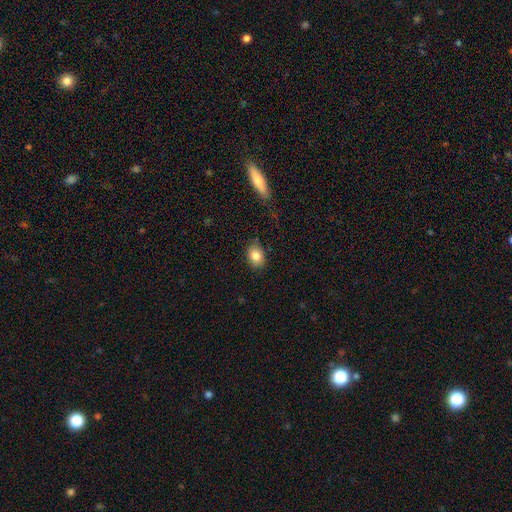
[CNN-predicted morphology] smooth 84%, star or artifact 9%, featured or disk 8%. Down the decision tree: how rounded — in between (64%); merging — none (83%).